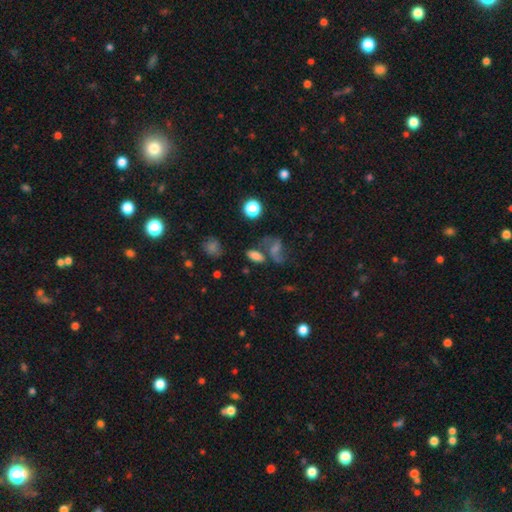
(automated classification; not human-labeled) smooth 71%, star or artifact 15%, featured or disk 13%. Down the decision tree: how rounded — in between (82%); merging — none (52%).